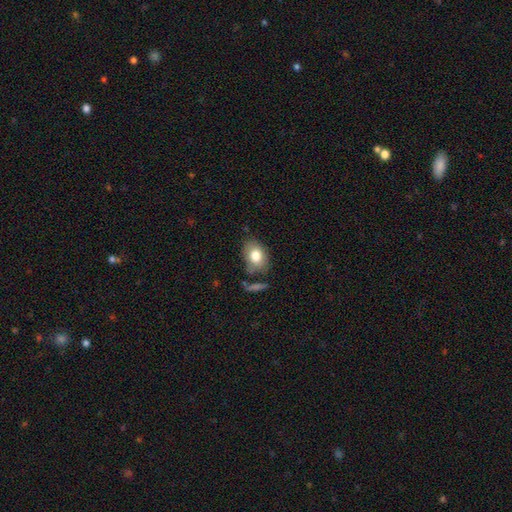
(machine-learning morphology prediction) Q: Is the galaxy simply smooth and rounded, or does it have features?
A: smooth — 78%.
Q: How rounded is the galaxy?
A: in between — 77%.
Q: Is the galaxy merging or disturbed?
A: none — 69%.